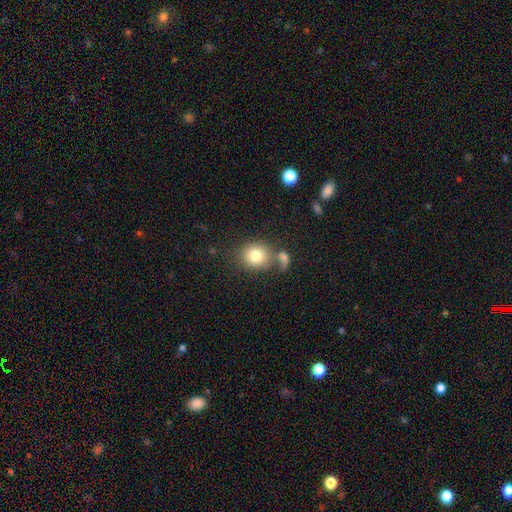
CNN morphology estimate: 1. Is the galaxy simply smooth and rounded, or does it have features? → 80% smooth, 11% featured or disk, 9% star or artifact.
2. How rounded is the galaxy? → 77% round, 22% in between, 1% cigar-shaped.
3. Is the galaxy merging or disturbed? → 56% none, 24% merger, 13% minor disturbance, 7% major disturbance.